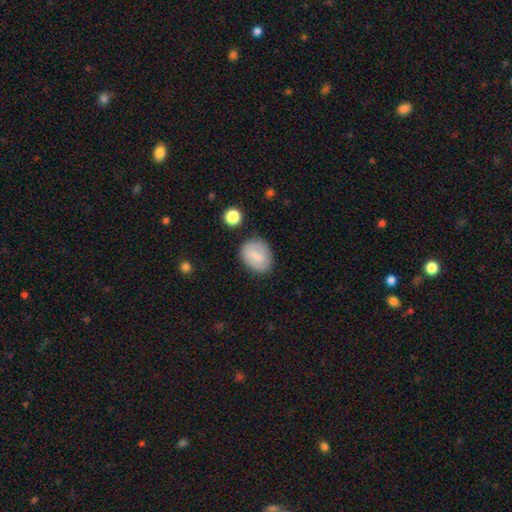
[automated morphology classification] A smooth galaxy with no disk features (60%) that is in between round and cigar-shaped (60%).

Vote fractions:
- Smooth or featured? smooth: 60% / featured or disk: 32% / star or artifact: 8%
- How rounded? in between: 60% / round: 38% / cigar-shaped: 1%
- Merging? none: 78% / minor disturbance: 15% / major disturbance: 4% / merger: 3%